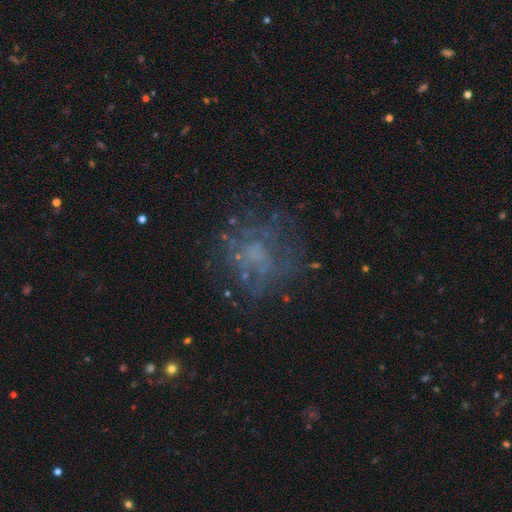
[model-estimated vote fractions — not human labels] The model was most divided on "smooth or featured": featured or disk: 51%, smooth: 27%, star or artifact: 22%. More confident: edge-on disk — no (97%); merging — none (65%).